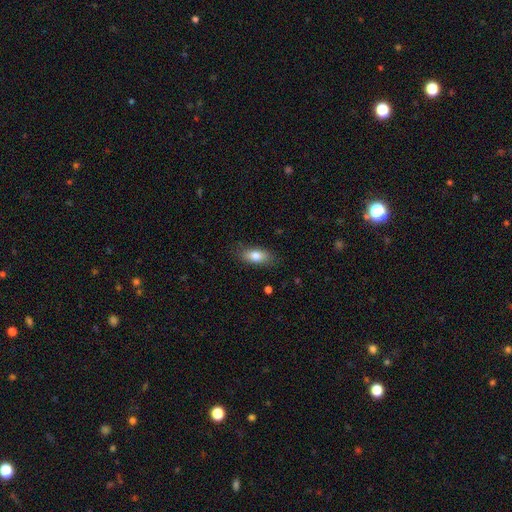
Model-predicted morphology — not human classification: type=smooth (80%); roundness=in between (82%); merging=none (81%).